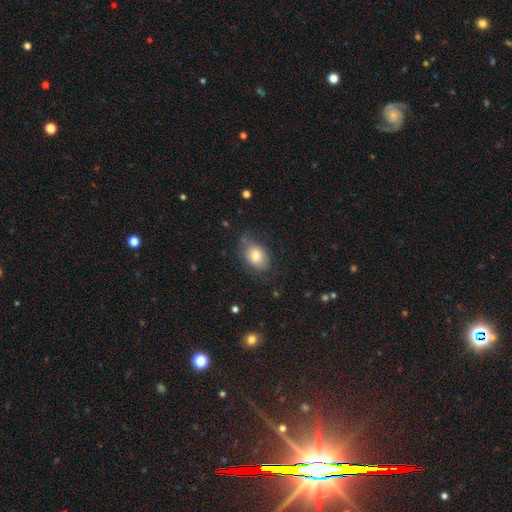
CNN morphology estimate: This appears to be a smooth galaxy with no disk features (76%) that is in between round and cigar-shaped (81%). Merging: none (62%).